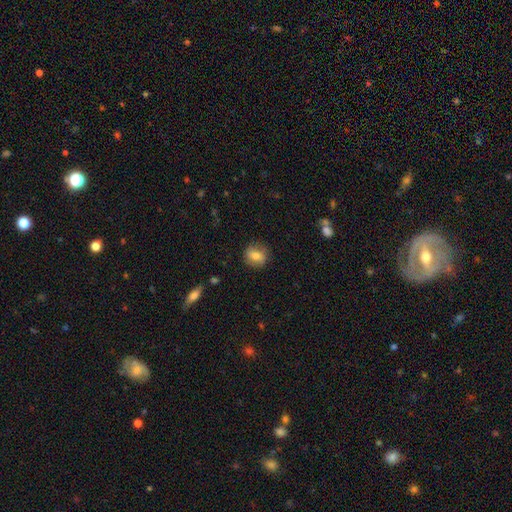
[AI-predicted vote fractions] smooth_or_featured: smooth (p=0.74) [alt: featured or disk p=0.18]
how_rounded: round (p=0.63) [alt: in between p=0.35]
merging: none (p=0.82) [alt: minor disturbance p=0.13]